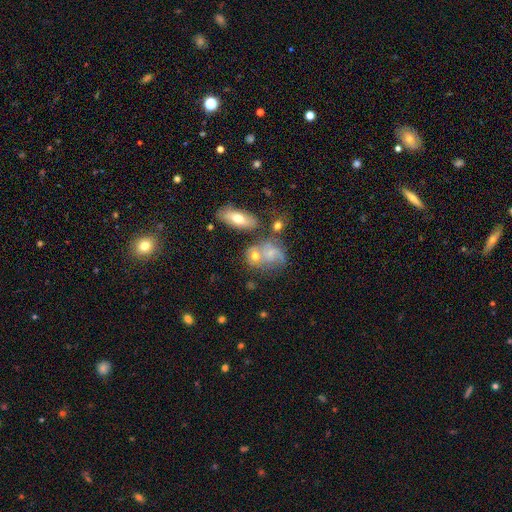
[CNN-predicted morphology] A featured or disk galaxy (46%). Merging: none (42%).